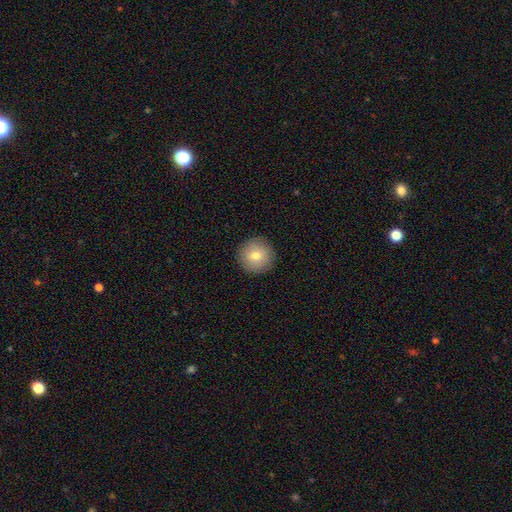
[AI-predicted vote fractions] Morphology: type=smooth (77%); roundness=round (95%); merging=none (91%).